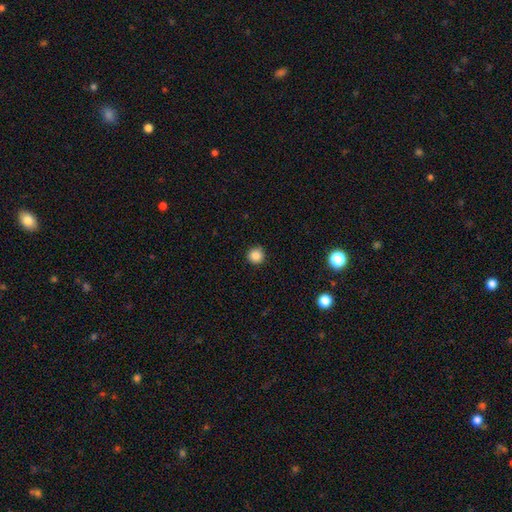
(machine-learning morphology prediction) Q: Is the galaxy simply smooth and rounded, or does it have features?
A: smooth — 86%.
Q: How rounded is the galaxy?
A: round — 95%.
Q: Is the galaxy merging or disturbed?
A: none — 90%.